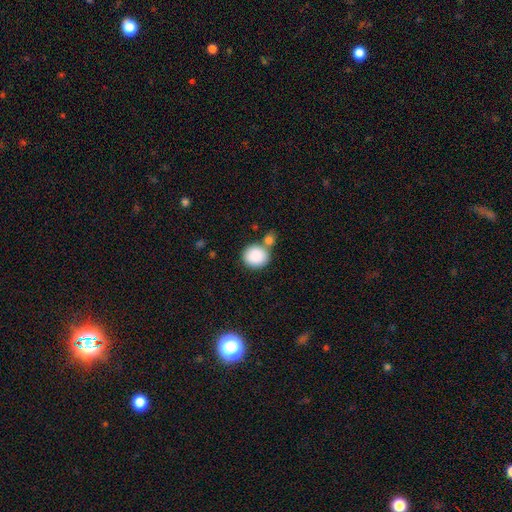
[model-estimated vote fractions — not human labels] A smooth galaxy with no disk features (87%) that is round (79%). Merging: none (57%).